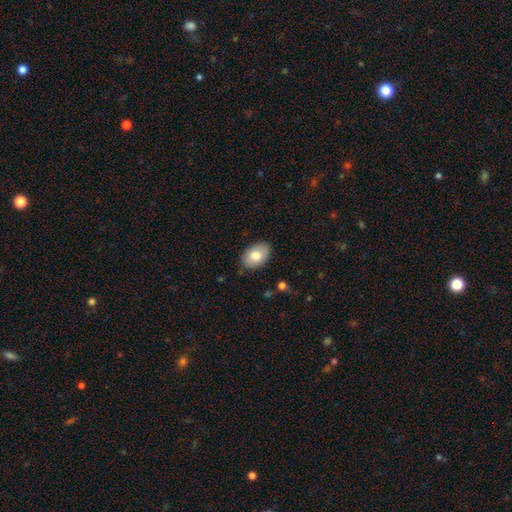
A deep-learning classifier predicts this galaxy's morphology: Overall: smooth (76%). How rounded: in between (86%). Merging: none (84%).